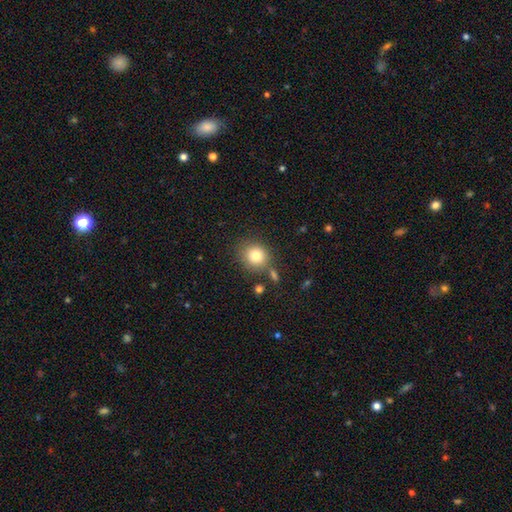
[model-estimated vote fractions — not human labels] smooth-or-featured: smooth: 82% | star or artifact: 10% | featured or disk: 8%
  how-rounded: round: 81% | in between: 18% | cigar-shaped: 1%
  merging: none: 75% | minor disturbance: 12% | merger: 8% | major disturbance: 4%